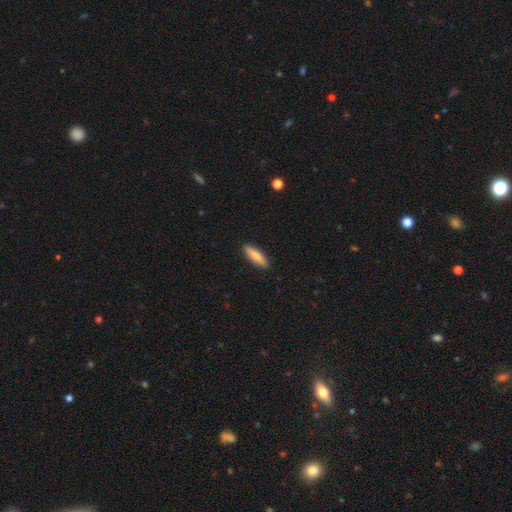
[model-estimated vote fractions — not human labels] The model was most divided on "how rounded": cigar-shaped: 58%, in between: 41%, round: 2%. More confident: merging — none (90%); smooth or featured — smooth (84%).